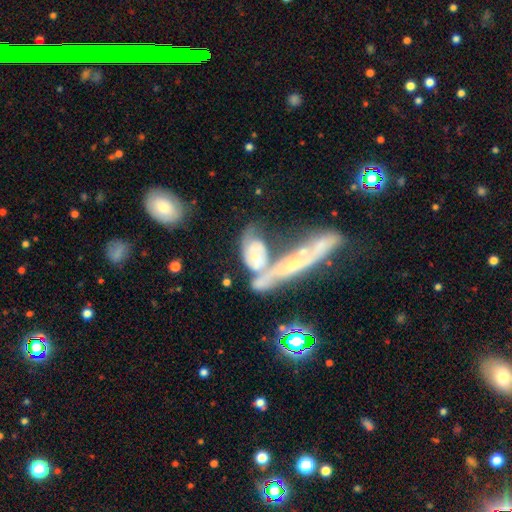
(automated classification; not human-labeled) This is likely a featured or disk galaxy (62%). It is likely not viewed edge-on (79%). Merging: possibly merger (55%).